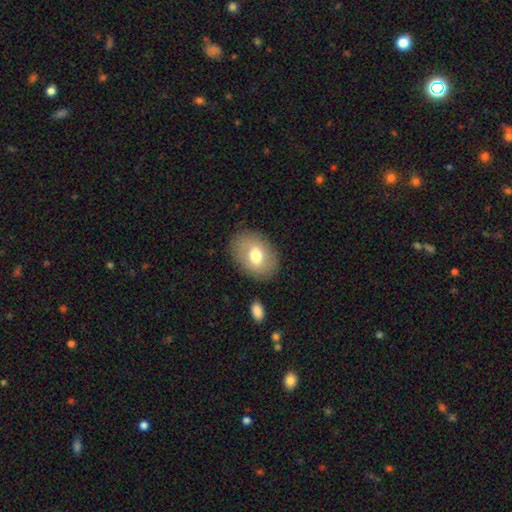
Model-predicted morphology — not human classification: smooth-or-featured: smooth: 70% | featured or disk: 22% | star or artifact: 8%
  how-rounded: in between: 79% | round: 20% | cigar-shaped: 1%
  merging: none: 83% | minor disturbance: 11% | major disturbance: 4% | merger: 2%